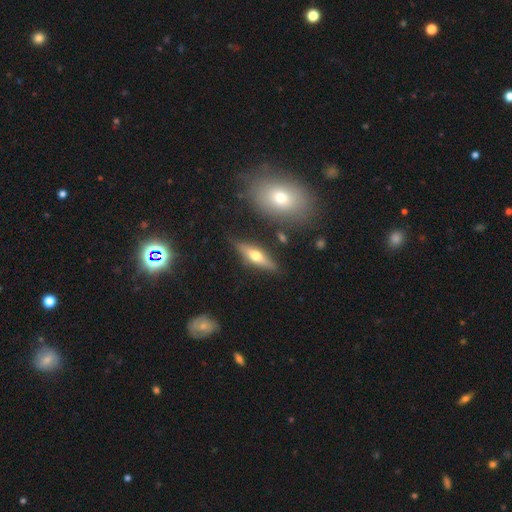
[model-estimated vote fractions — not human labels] The model was most divided on "smooth or featured": featured or disk: 57%, smooth: 37%, star or artifact: 6%. More confident: edge-on bulge — rounded (94%); edge-on disk — yes (92%); merging — none (83%).